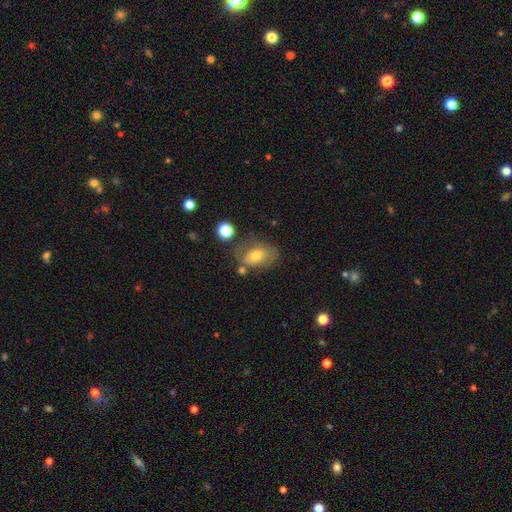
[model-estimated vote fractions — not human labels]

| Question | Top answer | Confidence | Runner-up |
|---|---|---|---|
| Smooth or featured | smooth | 51% | featured or disk (39%) |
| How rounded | in between | 77% | round (21%) |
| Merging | none | 52% | minor disturbance (24%) |